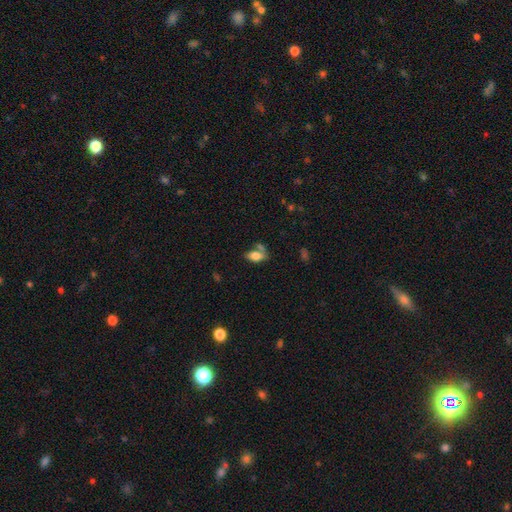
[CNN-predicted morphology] The model was most divided on "merging": none: 47%, merger: 28%, minor disturbance: 17%, major disturbance: 8%. More confident: how rounded — in between (88%); smooth or featured — smooth (76%).